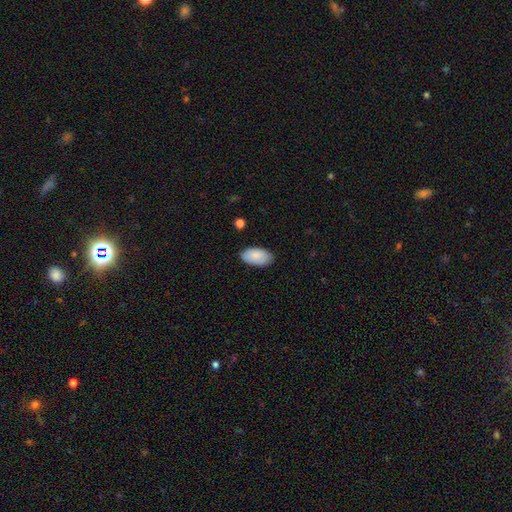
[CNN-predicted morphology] Smooth or featured: smooth — 87% (featured or disk — 7%)
How rounded: in between — 95% (round — 3%)
Merging: none — 84% (minor disturbance — 12%)